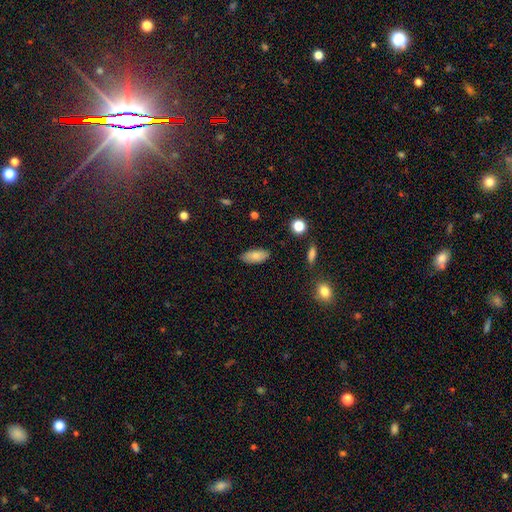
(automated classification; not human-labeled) This appears to be a smooth galaxy with no disk features (82%) that is in between round and cigar-shaped (87%). Merging: none (86%).